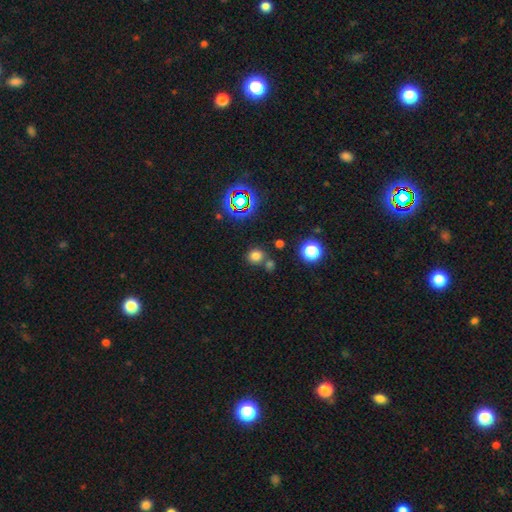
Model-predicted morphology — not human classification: A smooth galaxy with no disk features (70%) that is round (82%).

Vote fractions:
- Smooth or featured? smooth: 70% / star or artifact: 23% / featured or disk: 7%
- How rounded? round: 82% / in between: 17% / cigar-shaped: 1%
- Merging? none: 69% / merger: 18% / minor disturbance: 9% / major disturbance: 4%